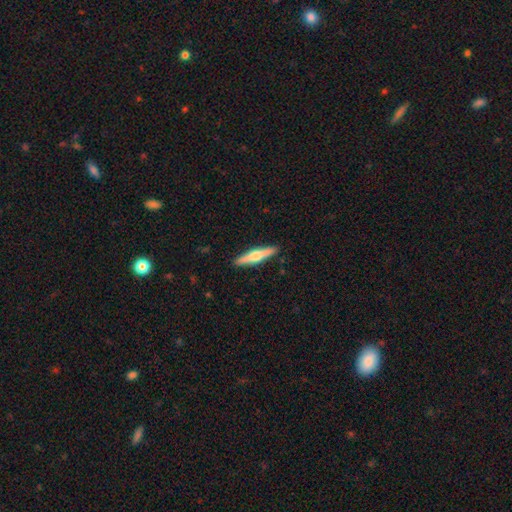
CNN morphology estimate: smooth-or-featured: featured or disk: 56% | smooth: 39% | star or artifact: 5%
  disk-edge-on: yes: 97% | no: 3%
    edge-on-bulge: rounded: 88% | boxy: 7% | none: 5%
  merging: none: 91% | minor disturbance: 6% | major disturbance: 1% | merger: 1%